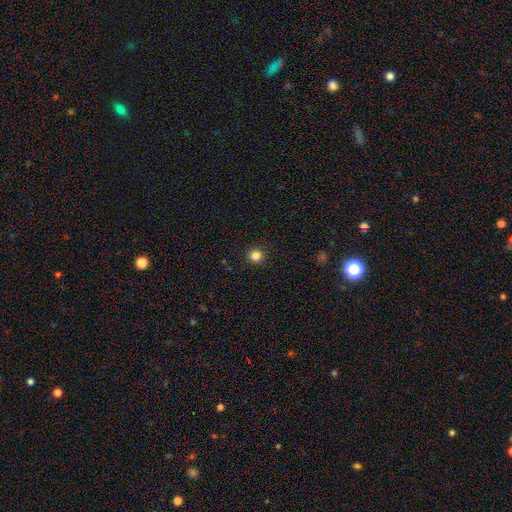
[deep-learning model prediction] smooth_or_featured: smooth (p=0.82) [alt: star or artifact p=0.13]
how_rounded: round (p=0.95) [alt: in between p=0.04]
merging: none (p=0.93) [alt: minor disturbance p=0.05]